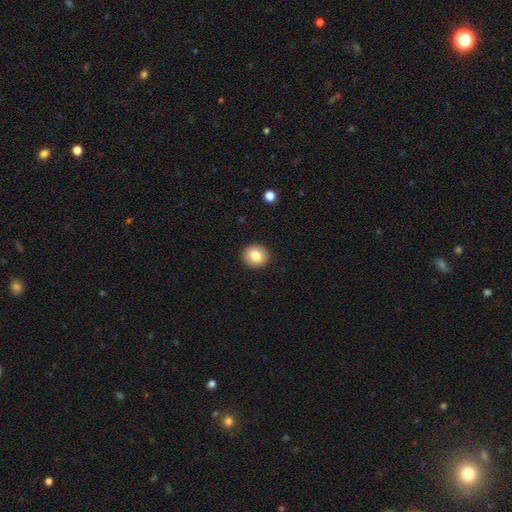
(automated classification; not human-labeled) The model was most divided on "how rounded": round: 80%, in between: 19%, cigar-shaped: 1%. More confident: merging — none (91%); smooth or featured — smooth (83%).